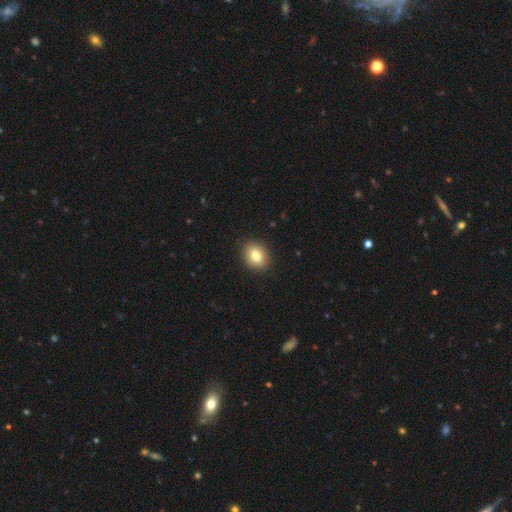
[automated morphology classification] Smooth or featured: smooth — 81% (featured or disk — 10%)
How rounded: in between — 58% (round — 41%)
Merging: none — 89% (minor disturbance — 8%)